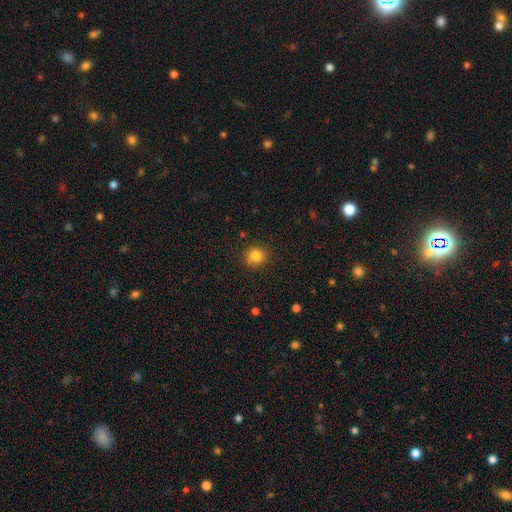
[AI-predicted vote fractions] Morphology: type=smooth (82%); roundness=round (92%); merging=none (85%).